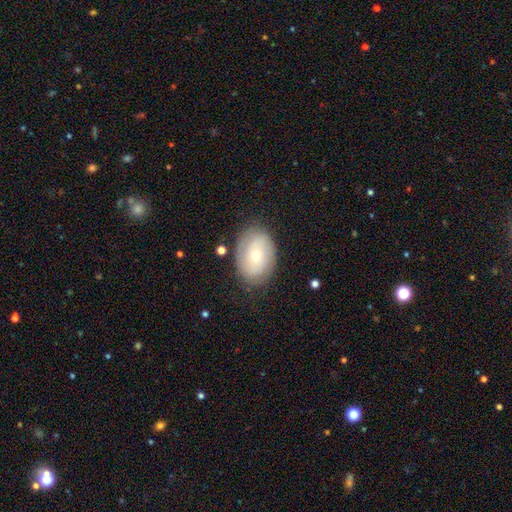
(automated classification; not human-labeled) Smooth or featured? smooth (50%)
How rounded? in between (75%)
Merging? none (78%)